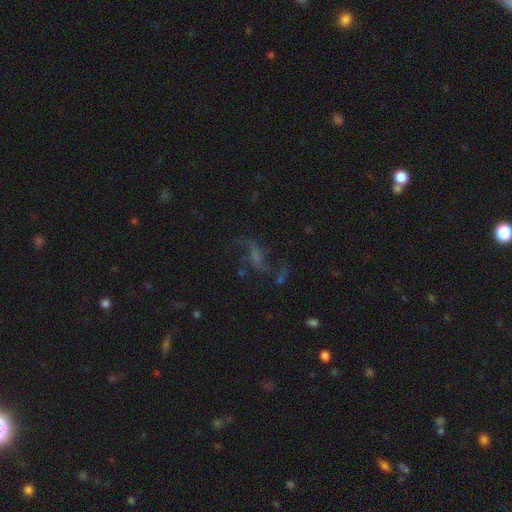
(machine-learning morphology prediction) type=featured or disk (54%); edge-on=no (92%); merging=none (56%).